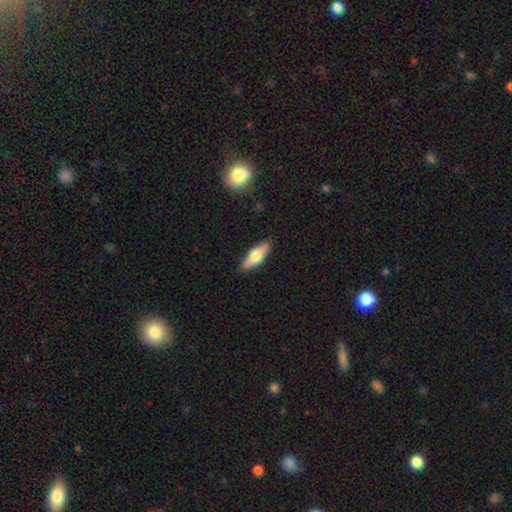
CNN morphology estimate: type=smooth (58%); roundness=in between (51%); merging=none (89%).